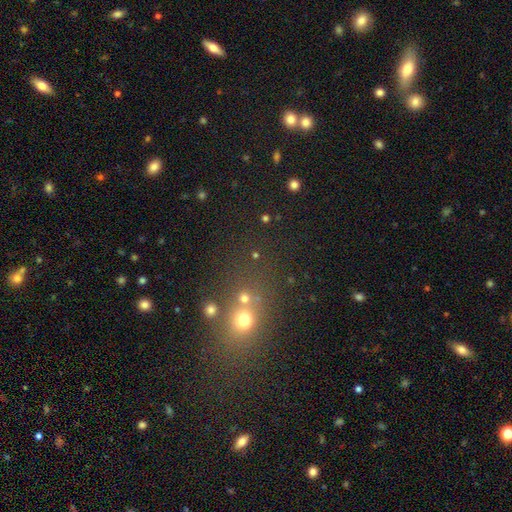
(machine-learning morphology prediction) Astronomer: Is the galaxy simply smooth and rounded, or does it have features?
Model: smooth — 48% (runner-up: star or artifact, 41%).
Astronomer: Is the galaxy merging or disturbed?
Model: none — 64%.